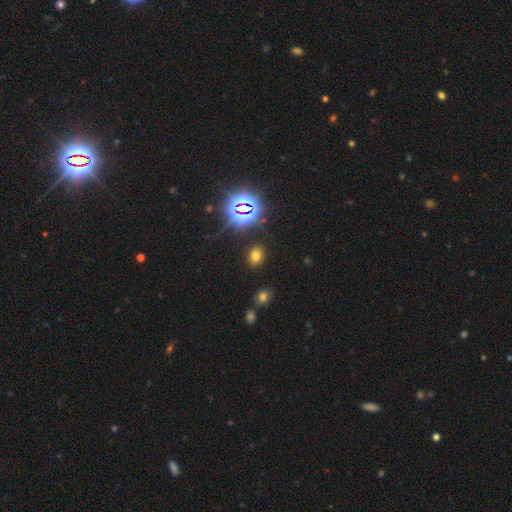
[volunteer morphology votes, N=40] smooth_or_featured: smooth (p=0.80) [alt: star or artifact p=0.12]
how_rounded: in between (p=0.66) [alt: round p=0.34]
merging: none (p=0.89) [alt: minor disturbance p=0.06]